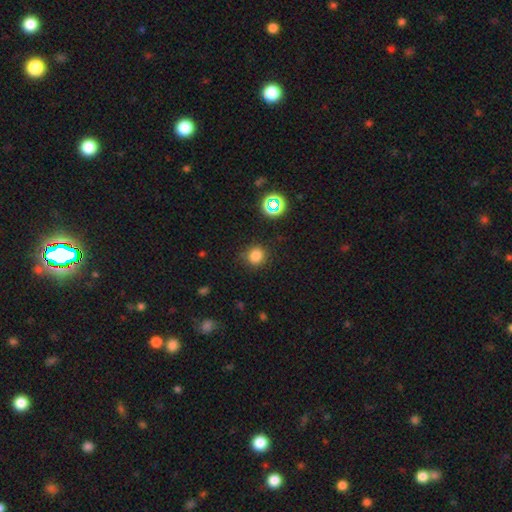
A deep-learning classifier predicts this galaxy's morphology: Smooth or featured?
  - smooth: 80% *
  - star or artifact: 16%
  - featured or disk: 5%
How rounded?
  - round: 88% *
  - in between: 11%
  - cigar-shaped: 1%
Merging?
  - none: 82% *
  - minor disturbance: 13%
  - major disturbance: 4%
  - merger: 2%